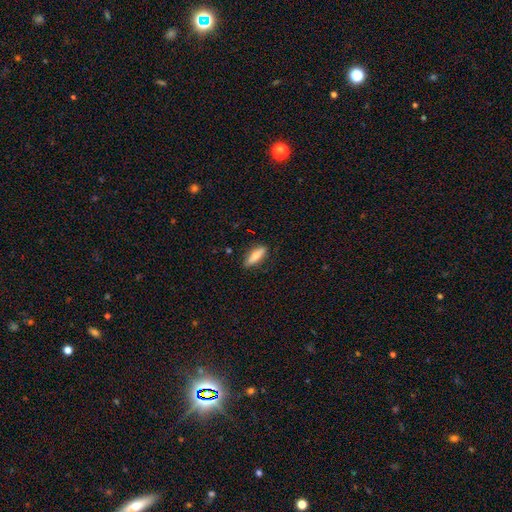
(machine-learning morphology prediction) Smooth or featured? Predicted: smooth (p=0.68). How rounded? Predicted: in between (p=0.52). Merging? Predicted: none (p=0.84).